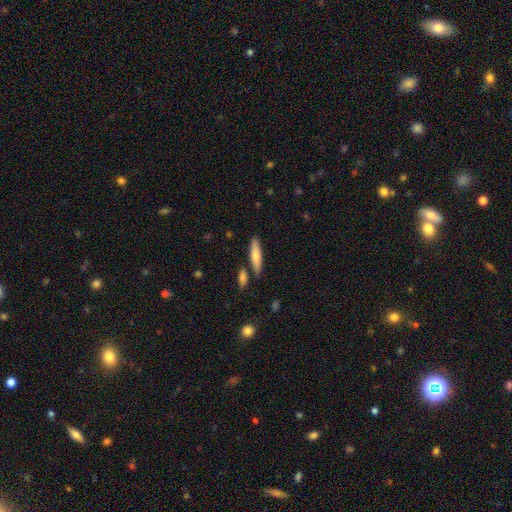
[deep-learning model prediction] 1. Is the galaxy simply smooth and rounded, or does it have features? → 69% smooth, 25% featured or disk, 6% star or artifact.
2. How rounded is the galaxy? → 79% cigar-shaped, 19% in between, 2% round.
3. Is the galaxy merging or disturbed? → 80% none, 11% minor disturbance, 7% merger, 2% major disturbance.